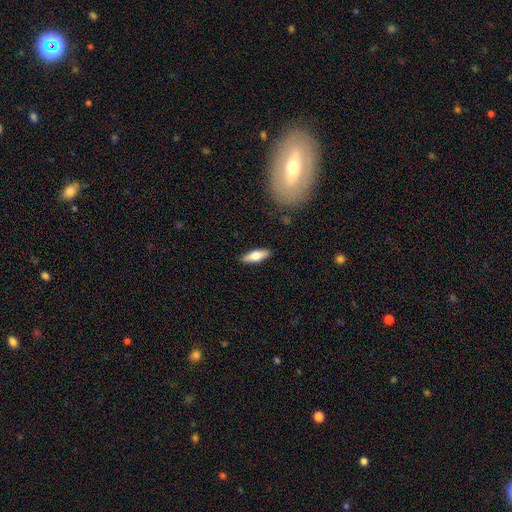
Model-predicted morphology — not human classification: A smooth galaxy with no disk features (66%) that is in between round and cigar-shaped (56%).

Vote fractions:
- Smooth or featured? smooth: 66% / featured or disk: 28% / star or artifact: 6%
- How rounded? in between: 56% / cigar-shaped: 41% / round: 2%
- Merging? none: 88% / minor disturbance: 8% / major disturbance: 2% / merger: 1%